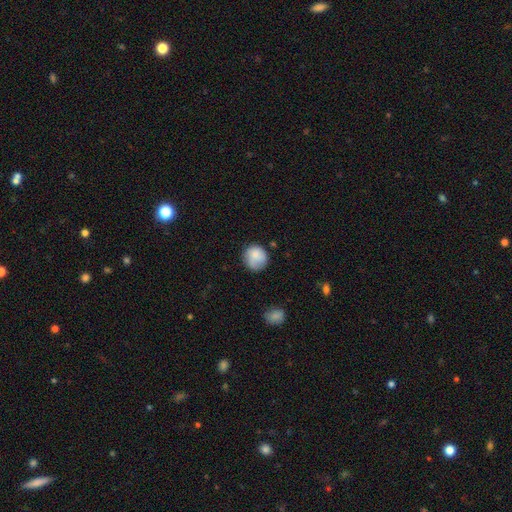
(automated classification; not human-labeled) Morphology: type=smooth (82%); roundness=round (88%); merging=none (69%).